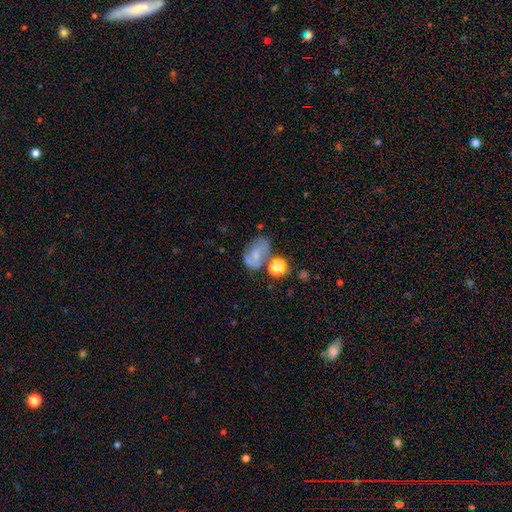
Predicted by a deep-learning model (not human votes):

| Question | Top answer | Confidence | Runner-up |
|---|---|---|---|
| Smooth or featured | smooth | 45% | featured or disk (41%) |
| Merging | none | 46% | minor disturbance (23%) |